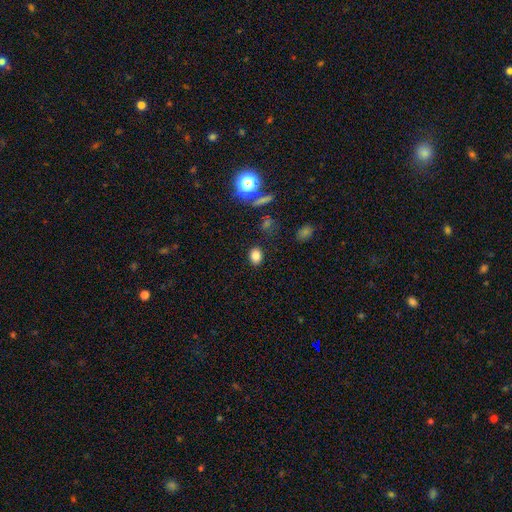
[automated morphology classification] Smooth or featured? Predicted: smooth (p=0.80). How rounded? Predicted: in between (p=0.64). Merging? Predicted: none (p=0.86).